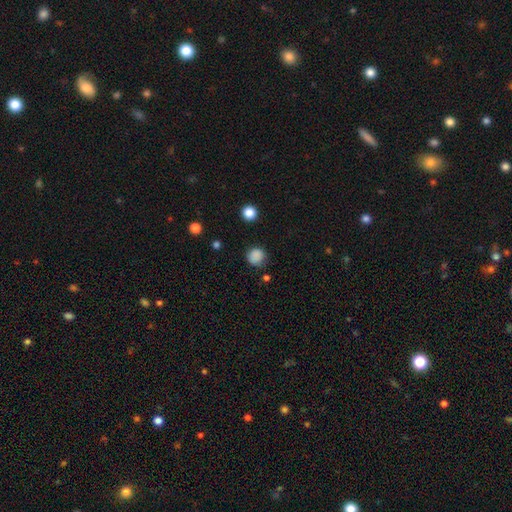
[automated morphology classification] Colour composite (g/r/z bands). It shows a smooth galaxy with no disk features (85%) that is round (92%). Merging: none (82%).